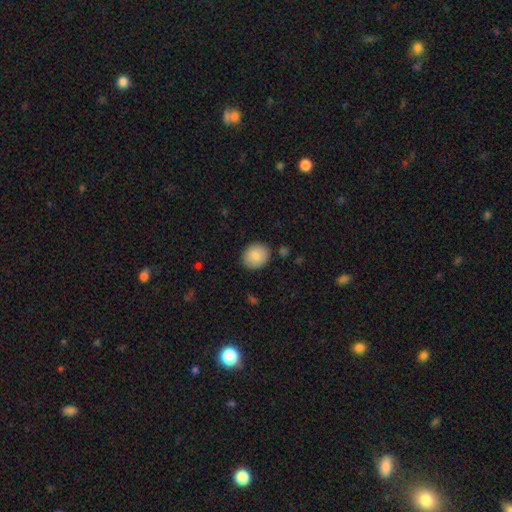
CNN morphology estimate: Q: Smooth or featured?
A: smooth (86%); runner-up: star or artifact (7%)
Q: How rounded?
A: round (78%); runner-up: in between (21%)
Q: Merging?
A: none (88%); runner-up: minor disturbance (9%)